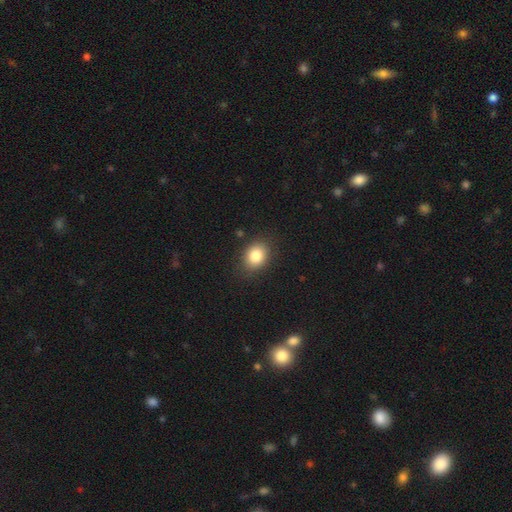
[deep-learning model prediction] A smooth galaxy with no disk features (84%) that is in between round and cigar-shaped (52%). Merging: none (85%).